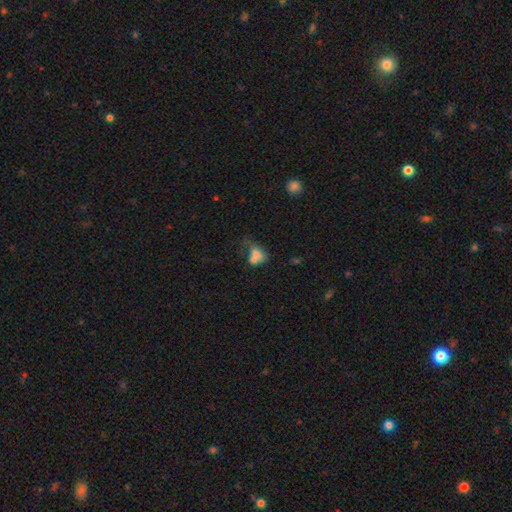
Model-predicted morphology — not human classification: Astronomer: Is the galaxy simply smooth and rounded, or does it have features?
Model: smooth — 64%.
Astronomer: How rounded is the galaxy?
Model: in between — 65%.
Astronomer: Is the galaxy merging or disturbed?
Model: merger — 54%.